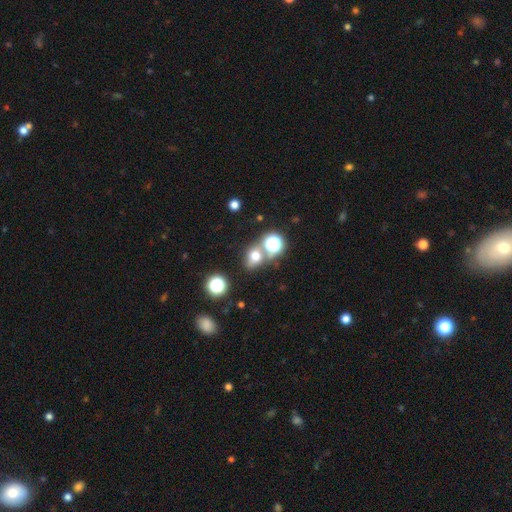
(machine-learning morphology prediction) smooth 64%, star or artifact 24%, featured or disk 12%. Down the decision tree: how rounded — round (56%); merging — none (59%).